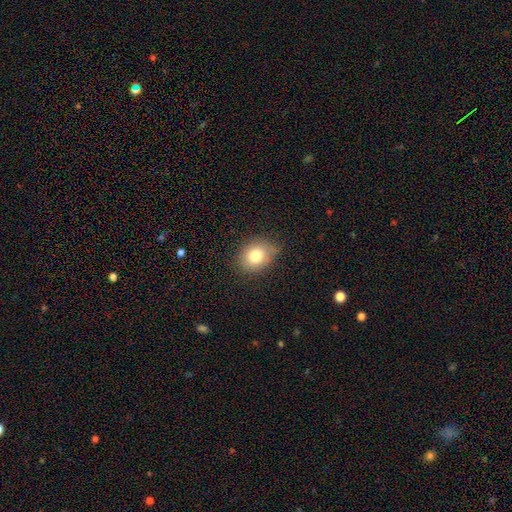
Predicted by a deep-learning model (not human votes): The model was most divided on "how rounded": in between: 58%, round: 41%, cigar-shaped: 1%. More confident: smooth or featured — smooth (80%); merging — none (73%).